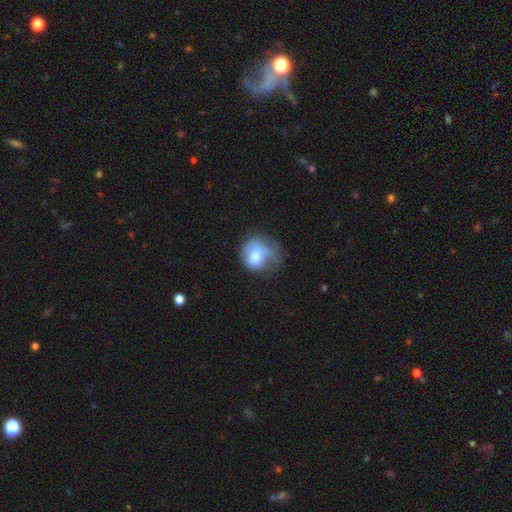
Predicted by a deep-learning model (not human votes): smooth-or-featured: smooth: 68% | featured or disk: 23% | star or artifact: 9%
  how-rounded: round: 61% | in between: 38% | cigar-shaped: 1%
  merging: major disturbance: 35% | minor disturbance: 33% | none: 29% | merger: 3%